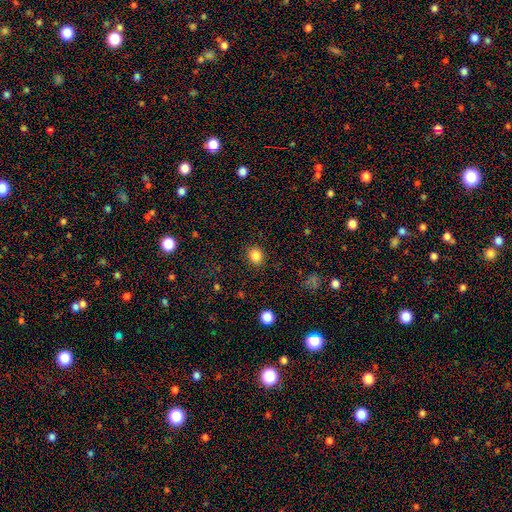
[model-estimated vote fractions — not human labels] This is clearly a smooth galaxy (85%). How rounded: likely round (71%). Merging: clearly none (88%).